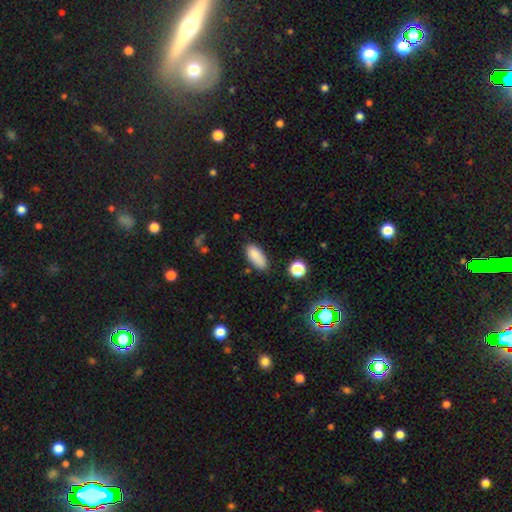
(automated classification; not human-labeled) Overall: smooth (86%). How rounded: in between (85%). Merging: none (74%).